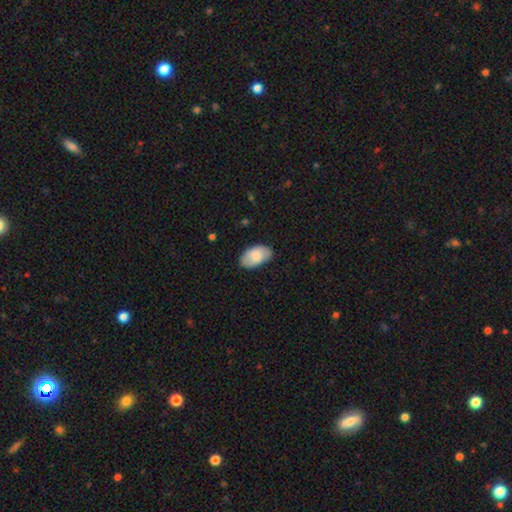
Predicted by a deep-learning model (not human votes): Smooth or featured? smooth (81%)
How rounded? in between (95%)
Merging? none (77%)